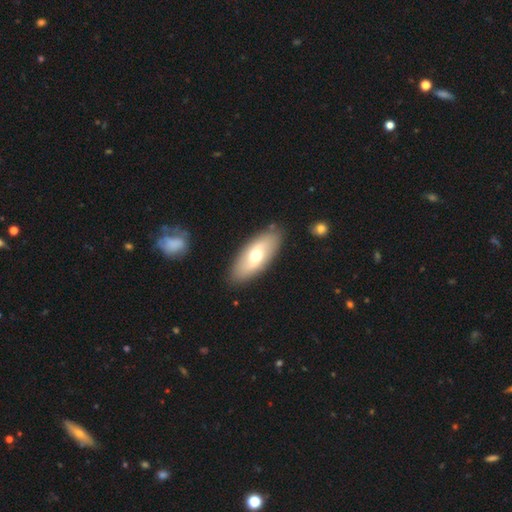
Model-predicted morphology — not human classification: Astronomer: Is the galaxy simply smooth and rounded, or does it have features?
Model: smooth — 56% (runner-up: featured or disk, 39%).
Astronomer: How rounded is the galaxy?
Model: in between — 86%.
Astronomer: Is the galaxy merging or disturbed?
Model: none — 86%.